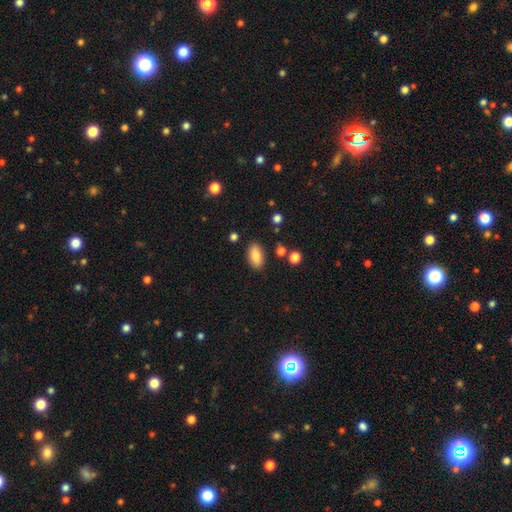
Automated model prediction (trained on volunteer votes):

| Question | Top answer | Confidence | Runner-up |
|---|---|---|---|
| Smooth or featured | smooth | 83% | featured or disk (9%) |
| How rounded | in between | 90% | cigar-shaped (6%) |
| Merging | none | 85% | minor disturbance (10%) |